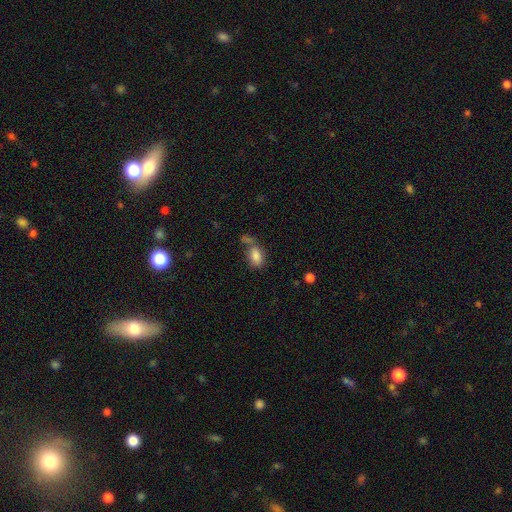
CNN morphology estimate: smooth_or_featured: smooth (p=0.83) [alt: star or artifact p=0.09]
how_rounded: in between (p=0.88) [alt: round p=0.10]
merging: none (p=0.49) [alt: merger p=0.27]